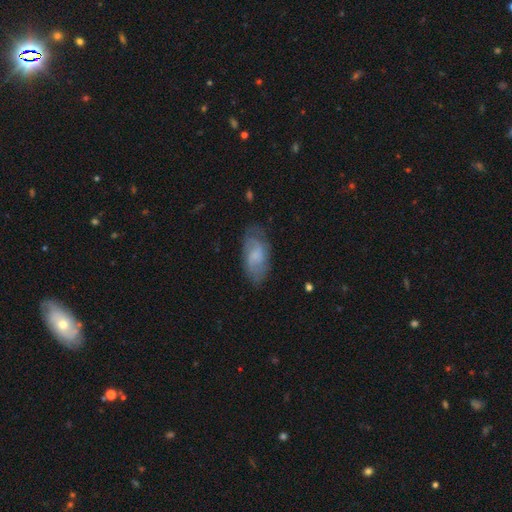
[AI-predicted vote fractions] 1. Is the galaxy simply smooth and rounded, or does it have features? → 56% smooth, 37% featured or disk, 8% star or artifact.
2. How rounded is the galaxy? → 91% in between, 6% cigar-shaped, 3% round.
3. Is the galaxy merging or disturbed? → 67% none, 23% minor disturbance, 8% major disturbance, 1% merger.